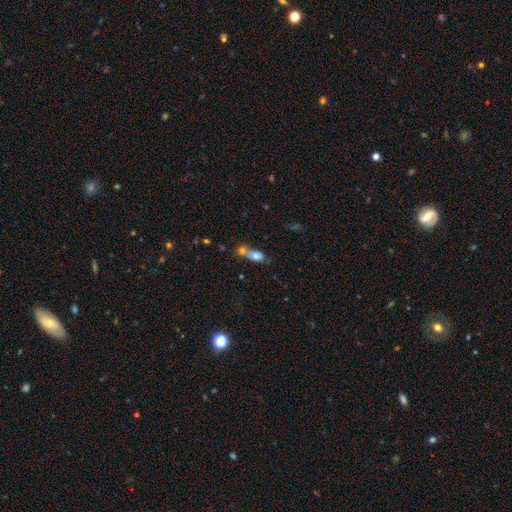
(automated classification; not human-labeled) This appears to be a smooth galaxy with no disk features (72%) that is in between round and cigar-shaped (73%). Merging: merger (62%).